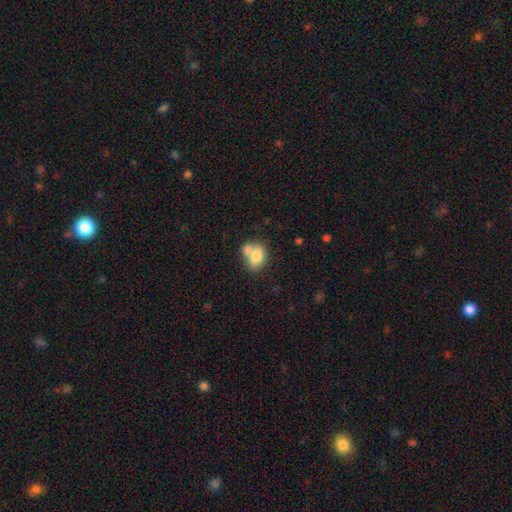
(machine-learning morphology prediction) smooth 78%, featured or disk 14%, star or artifact 8%. Down the decision tree: how rounded — in between (81%); merging — merger (52%).